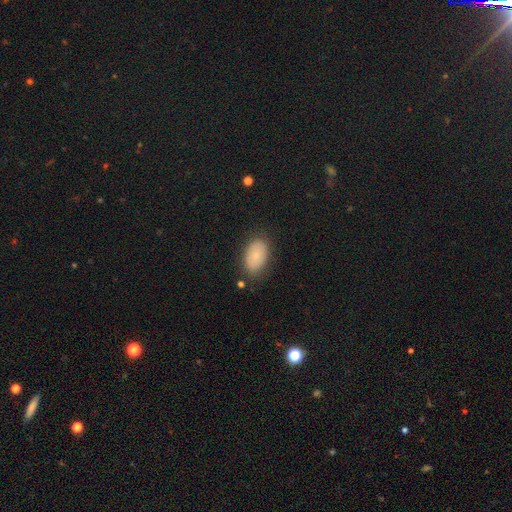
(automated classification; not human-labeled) Smooth or featured? Predicted: smooth (p=0.72). How rounded? Predicted: in between (p=0.89). Merging? Predicted: none (p=0.78).